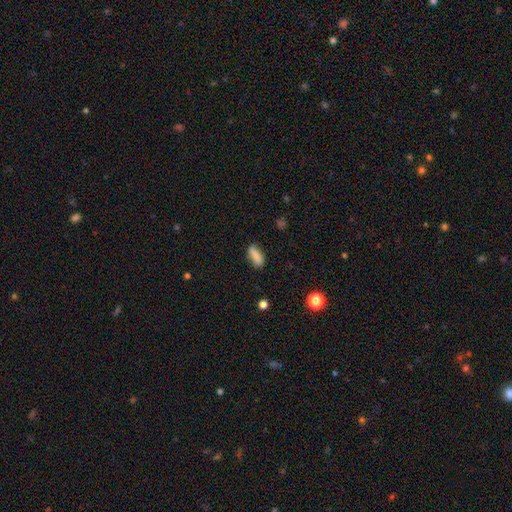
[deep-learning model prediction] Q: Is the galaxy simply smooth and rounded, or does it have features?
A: smooth — 84%.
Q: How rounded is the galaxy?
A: in between — 77%.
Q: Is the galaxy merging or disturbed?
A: none — 78%.